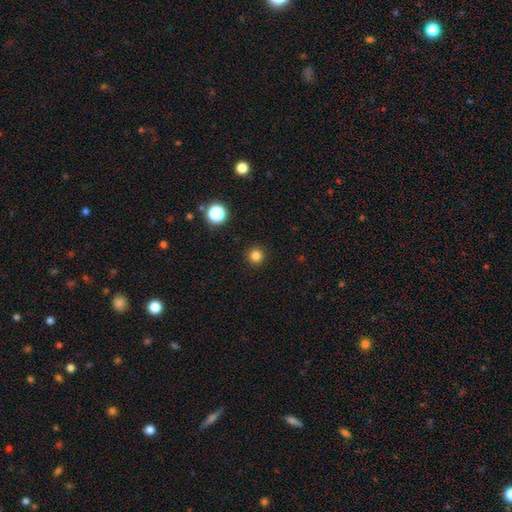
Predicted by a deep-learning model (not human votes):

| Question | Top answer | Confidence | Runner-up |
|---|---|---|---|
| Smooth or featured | smooth | 83% | star or artifact (14%) |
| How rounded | round | 95% | in between (4%) |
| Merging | none | 92% | minor disturbance (5%) |